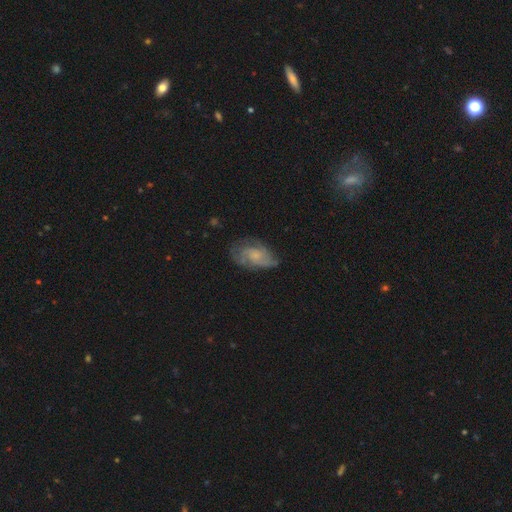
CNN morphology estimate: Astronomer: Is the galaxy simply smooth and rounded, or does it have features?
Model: featured or disk — 63%.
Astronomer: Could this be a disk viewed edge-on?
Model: no — 96%.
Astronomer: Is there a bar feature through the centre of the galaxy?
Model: no — 72%.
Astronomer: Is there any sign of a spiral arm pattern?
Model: yes — 85%.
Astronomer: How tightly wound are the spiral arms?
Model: medium — 43% (runner-up: tight, 39%).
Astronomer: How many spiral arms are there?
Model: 2 — 34% (runner-up: can't tell, 33%).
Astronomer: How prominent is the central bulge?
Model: small — 41% (runner-up: moderate, 29%).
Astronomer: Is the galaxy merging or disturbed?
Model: none — 60%.